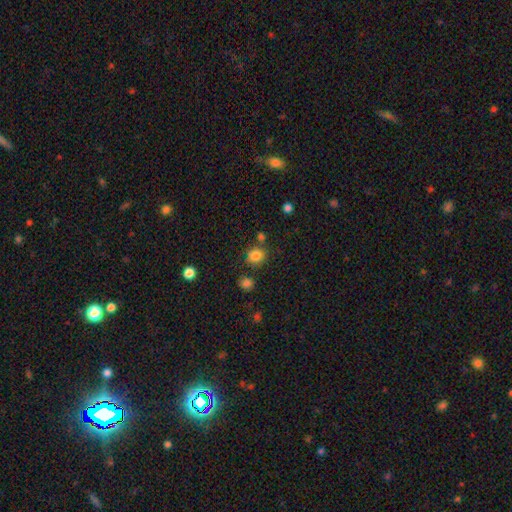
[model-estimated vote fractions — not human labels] smooth_or_featured: smooth (p=0.83) [alt: star or artifact p=0.12]
how_rounded: round (p=0.77) [alt: in between p=0.23]
merging: none (p=0.75) [alt: minor disturbance p=0.12]